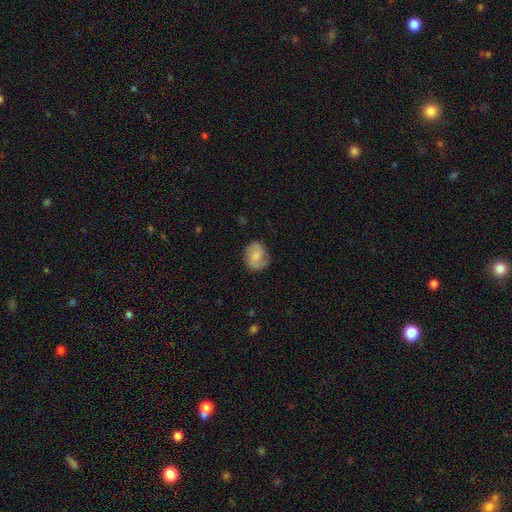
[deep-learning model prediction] Smooth or featured? Predicted: featured or disk (p=0.52). Edge-on disk? Predicted: no (p=0.97). Bar? Predicted: no (p=0.54). Spiral arms? Predicted: yes (p=0.91). Bulge size? Predicted: moderate (p=0.37). Merging? Predicted: none (p=0.76).